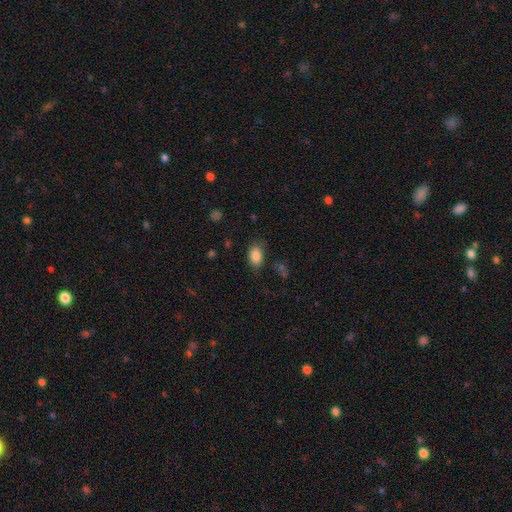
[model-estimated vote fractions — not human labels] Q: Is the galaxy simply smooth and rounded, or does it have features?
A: smooth — 85%.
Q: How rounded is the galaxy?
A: in between — 87%.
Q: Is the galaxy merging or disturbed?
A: none — 73%.